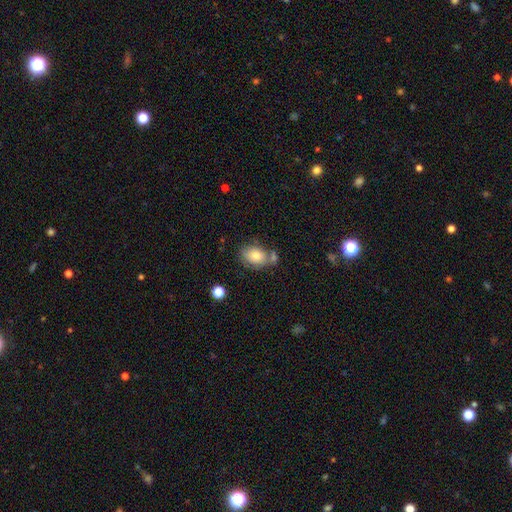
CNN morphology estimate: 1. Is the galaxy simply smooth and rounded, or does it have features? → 77% smooth, 15% featured or disk, 9% star or artifact.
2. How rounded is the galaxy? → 71% in between, 28% round, 1% cigar-shaped.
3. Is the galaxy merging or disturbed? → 55% none, 21% merger, 18% minor disturbance, 6% major disturbance.